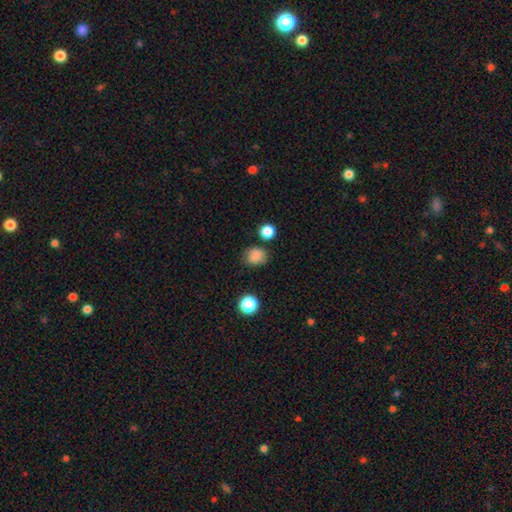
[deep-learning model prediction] A smooth galaxy with no disk features (84%) that is round (65%).

Vote fractions:
- Smooth or featured? smooth: 84% / star or artifact: 12% / featured or disk: 5%
- How rounded? round: 65% / in between: 34% / cigar-shaped: 1%
- Merging? none: 73% / minor disturbance: 18% / merger: 5% / major disturbance: 5%